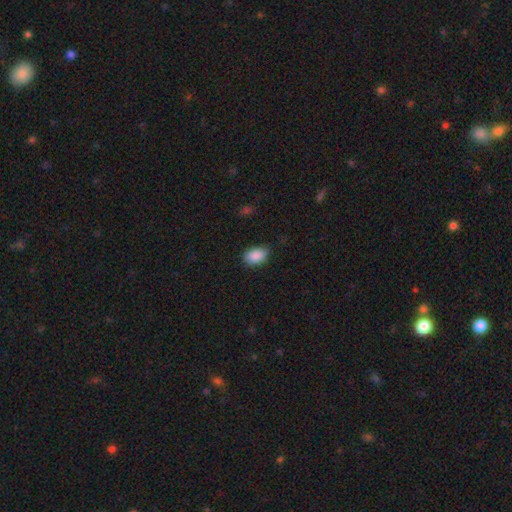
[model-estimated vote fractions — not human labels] Overall: smooth (89%). How rounded: in between (88%). Merging: none (79%).